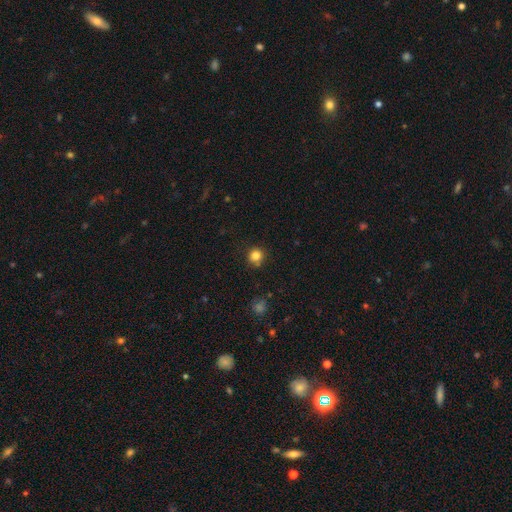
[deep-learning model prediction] smooth-or-featured: smooth: 83% | star or artifact: 12% | featured or disk: 5%
  how-rounded: round: 93% | in between: 6% | cigar-shaped: 1%
  merging: none: 86% | minor disturbance: 9% | merger: 2% | major disturbance: 2%